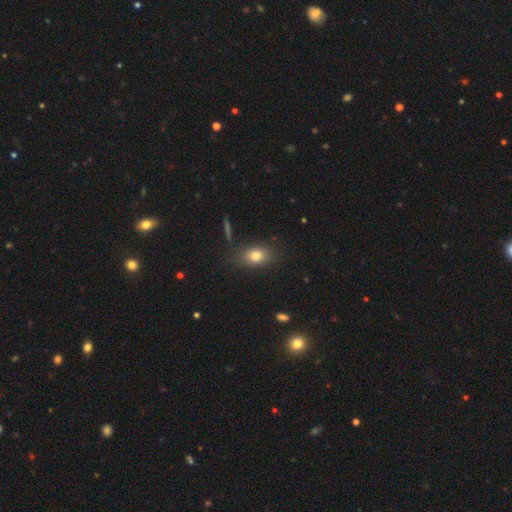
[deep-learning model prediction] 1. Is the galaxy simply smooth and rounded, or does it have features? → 78% smooth, 11% featured or disk, 11% star or artifact.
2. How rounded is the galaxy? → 73% in between, 25% round, 3% cigar-shaped.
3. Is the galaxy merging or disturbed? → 82% none, 12% minor disturbance, 4% major disturbance, 2% merger.